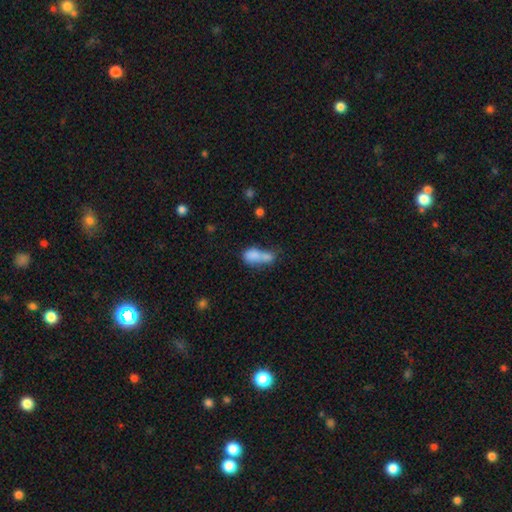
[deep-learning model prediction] A smooth galaxy with no disk features (74%) that is in between round and cigar-shaped (76%). Merging: merger (55%).